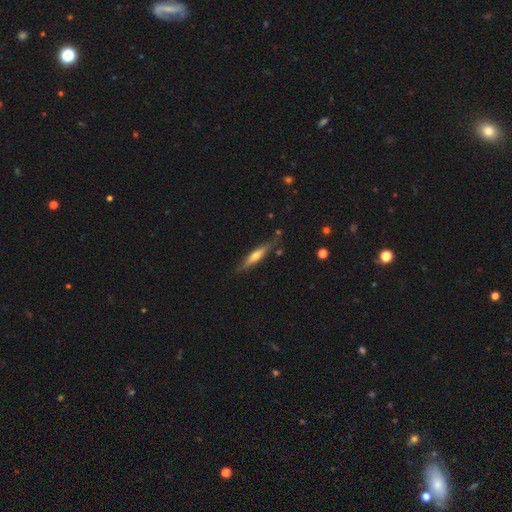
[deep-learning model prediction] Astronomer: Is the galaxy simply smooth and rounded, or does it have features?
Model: featured or disk — 53% (runner-up: smooth, 41%).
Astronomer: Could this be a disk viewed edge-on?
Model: yes — 92%.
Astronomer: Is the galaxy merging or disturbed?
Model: none — 77%.